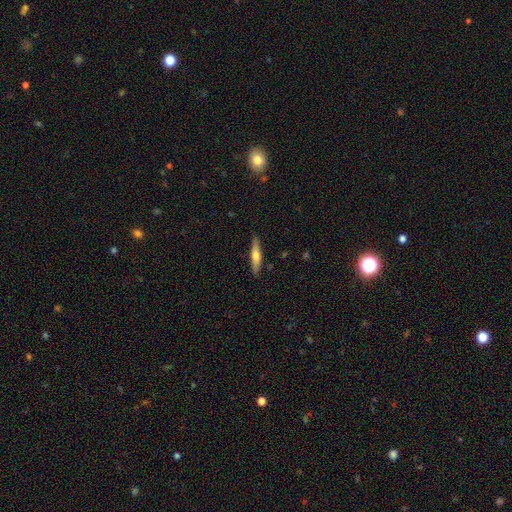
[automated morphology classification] Smooth or featured? Predicted: smooth (p=0.54). How rounded? Predicted: cigar-shaped (p=0.85). Merging? Predicted: none (p=0.88).